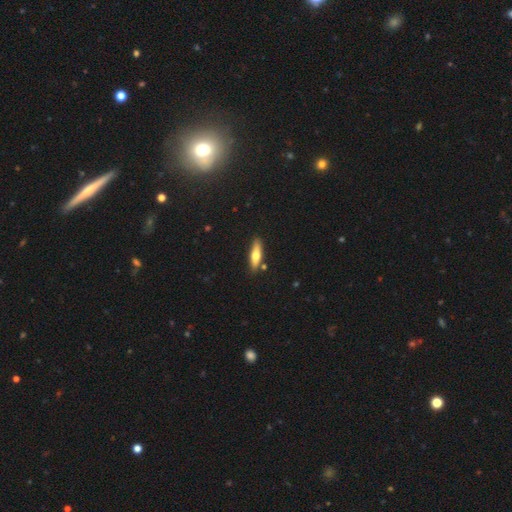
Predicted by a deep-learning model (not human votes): Smooth or featured? smooth (58%)
How rounded? cigar-shaped (63%)
Merging? none (82%)